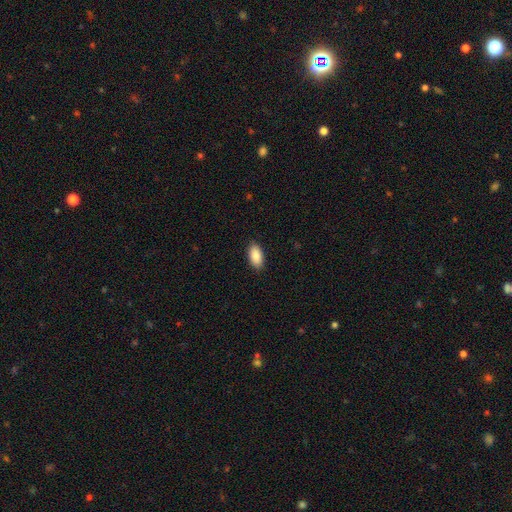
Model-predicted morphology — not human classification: Smooth or featured: smooth — 89% (star or artifact — 6%)
How rounded: in between — 93% (cigar-shaped — 4%)
Merging: none — 89% (minor disturbance — 9%)